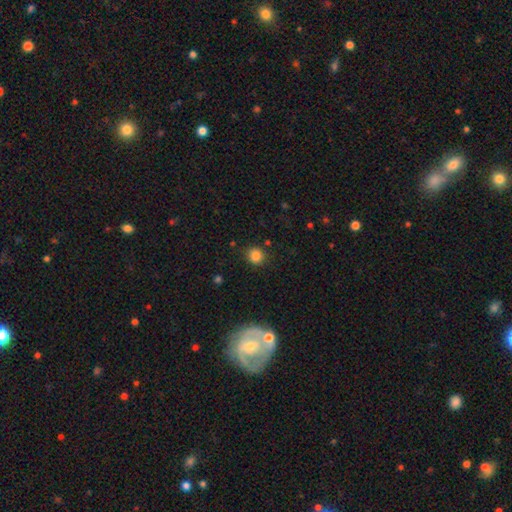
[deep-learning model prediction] This appears to be a smooth galaxy with no disk features (83%) that is round (87%). Merging: none (85%).